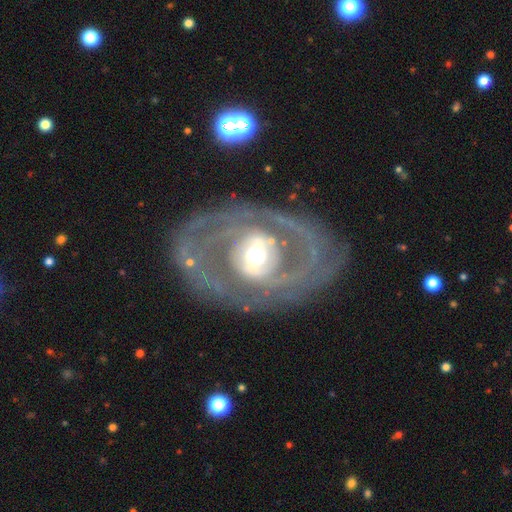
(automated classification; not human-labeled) Smooth or featured? Predicted: featured or disk (p=0.86). Edge-on disk? Predicted: no (p=0.96). Bar? Predicted: no (p=0.40). Spiral arms? Predicted: yes (p=0.85). Spiral winding? Predicted: tight (p=0.46). Spiral arm count? Predicted: 2 (p=0.59). Bulge size? Predicted: moderate (p=0.60). Merging? Predicted: none (p=0.71).